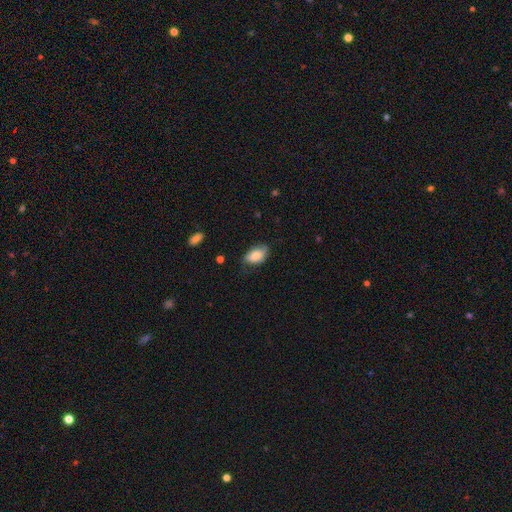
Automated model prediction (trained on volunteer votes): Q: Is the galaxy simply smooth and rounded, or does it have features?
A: smooth — 77%.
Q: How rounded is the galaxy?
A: in between — 91%.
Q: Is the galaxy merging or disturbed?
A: none — 61%.